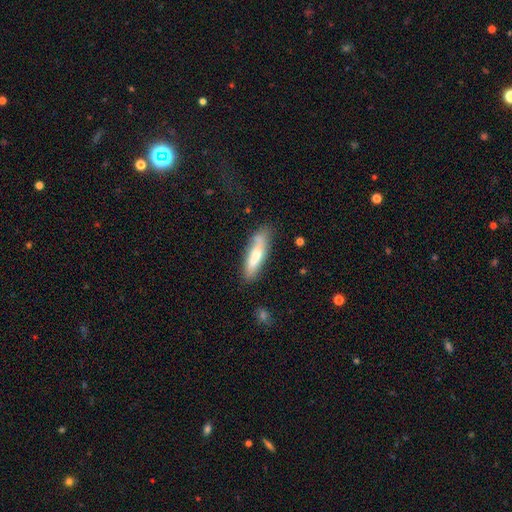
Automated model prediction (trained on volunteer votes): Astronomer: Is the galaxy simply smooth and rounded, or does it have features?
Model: smooth — 64%.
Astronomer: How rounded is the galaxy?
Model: cigar-shaped — 69%.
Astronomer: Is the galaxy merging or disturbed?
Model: none — 71%.